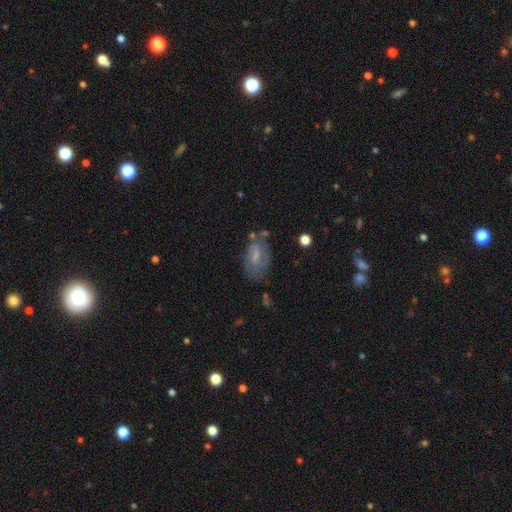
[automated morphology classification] smooth_or_featured: smooth (p=0.50) [alt: featured or disk p=0.41]
merging: none (p=0.55) [alt: minor disturbance p=0.26]